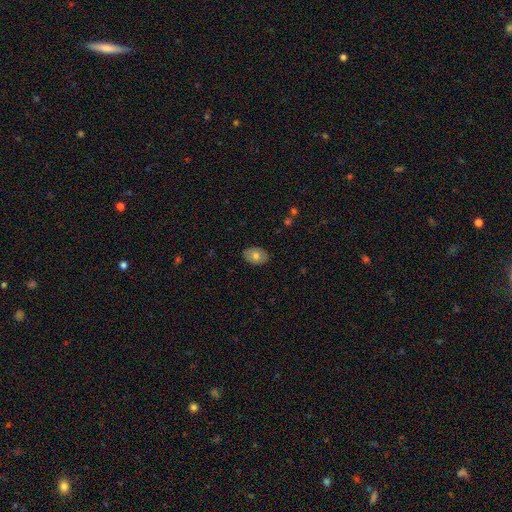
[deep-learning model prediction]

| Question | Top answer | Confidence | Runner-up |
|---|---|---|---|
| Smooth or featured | smooth | 72% | featured or disk (21%) |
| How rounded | in between | 83% | round (16%) |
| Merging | none | 87% | minor disturbance (10%) |